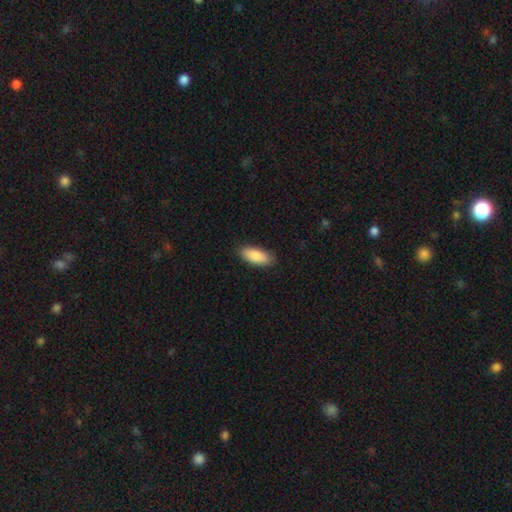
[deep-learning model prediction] Smooth or featured? Predicted: smooth (p=0.88). How rounded? Predicted: in between (p=0.83). Merging? Predicted: none (p=0.86).